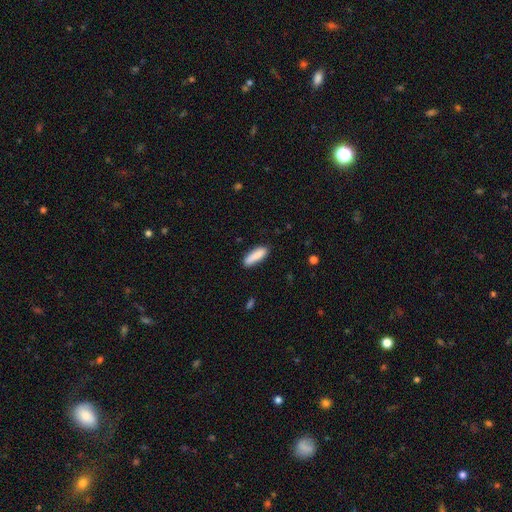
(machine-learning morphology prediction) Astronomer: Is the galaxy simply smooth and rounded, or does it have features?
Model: smooth — 88%.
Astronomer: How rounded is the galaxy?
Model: cigar-shaped — 59% (runner-up: in between, 39%).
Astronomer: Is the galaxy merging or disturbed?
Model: none — 84%.